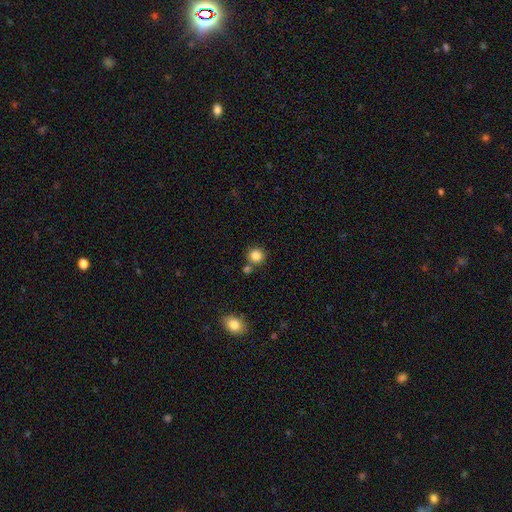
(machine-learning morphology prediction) type=smooth (85%); roundness=round (91%); merging=none (71%).